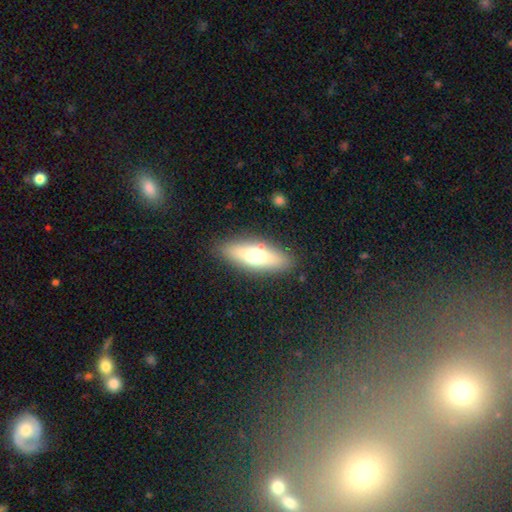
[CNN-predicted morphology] smooth_or_featured: smooth (p=0.58) [alt: featured or disk p=0.34]
how_rounded: in between (p=0.59) [alt: cigar-shaped p=0.38]
merging: none (p=0.86) [alt: minor disturbance p=0.09]